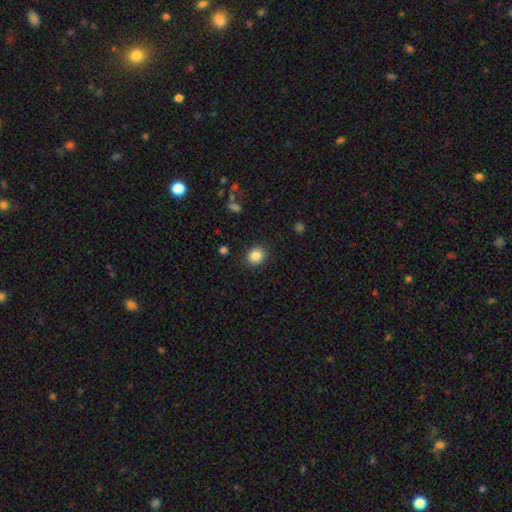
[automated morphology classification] Smooth or featured? Predicted: smooth (p=0.85). How rounded? Predicted: round (p=0.76). Merging? Predicted: none (p=0.89).